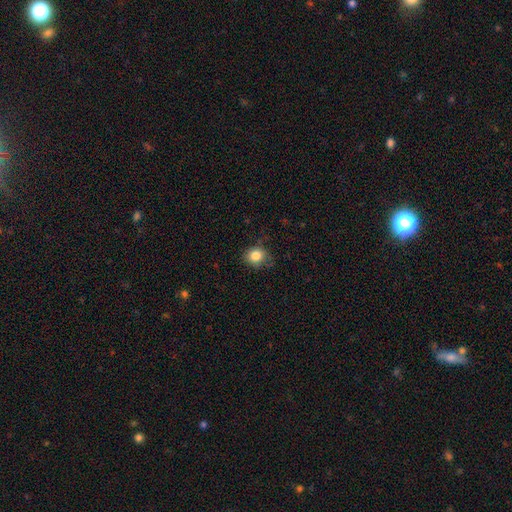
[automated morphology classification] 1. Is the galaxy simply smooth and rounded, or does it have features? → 84% smooth, 10% star or artifact, 6% featured or disk.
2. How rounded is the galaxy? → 78% round, 21% in between, 1% cigar-shaped.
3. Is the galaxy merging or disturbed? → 75% none, 19% minor disturbance, 4% major disturbance, 1% merger.